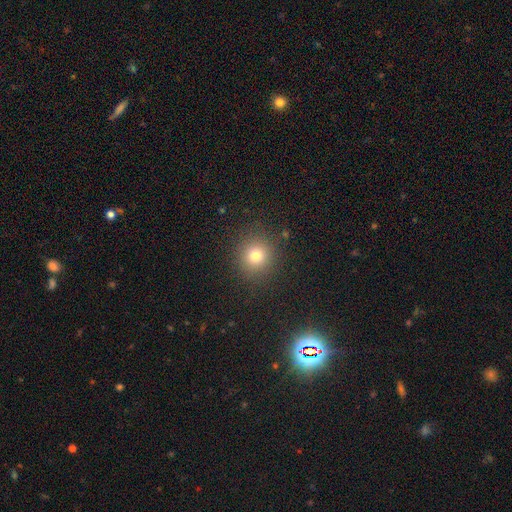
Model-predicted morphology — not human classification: Q: Smooth or featured?
A: smooth (77%); runner-up: star or artifact (15%)
Q: How rounded?
A: round (92%); runner-up: in between (7%)
Q: Merging?
A: none (89%); runner-up: minor disturbance (7%)